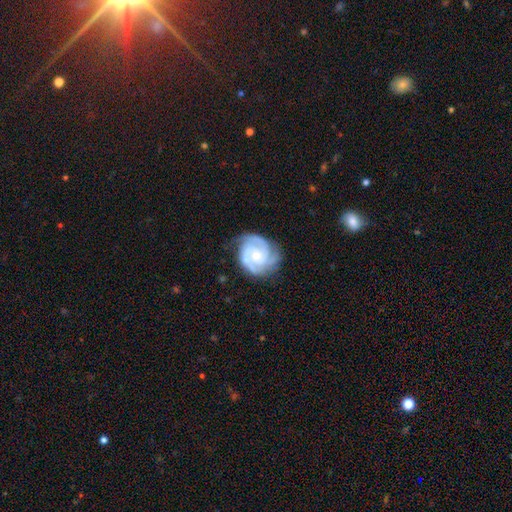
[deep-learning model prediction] Q: Smooth or featured?
A: featured or disk (89%); runner-up: smooth (6%)
Q: Edge-on disk?
A: no (98%); runner-up: yes (2%)
Q: Bar?
A: no (69%); runner-up: weak (25%)
Q: Spiral arms?
A: yes (98%); runner-up: no (2%)
Q: Spiral winding?
A: tight (67%); runner-up: medium (30%)
Q: Spiral arm count?
A: 3 (52%); runner-up: 2 (23%)
Q: Bulge size?
A: small (55%); runner-up: moderate (33%)
Q: Merging?
A: none (74%); runner-up: minor disturbance (18%)